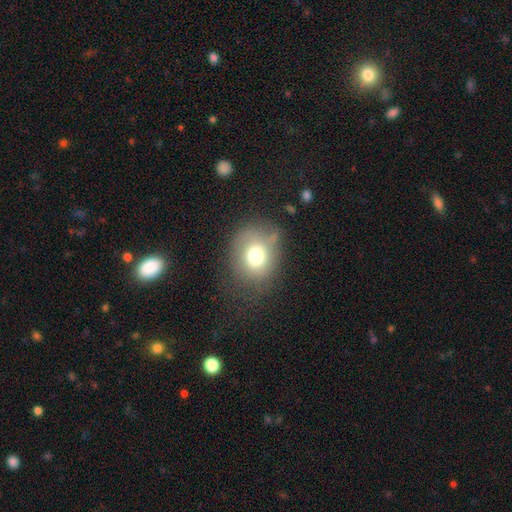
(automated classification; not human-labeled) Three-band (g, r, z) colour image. It shows a smooth galaxy with no disk features (72%) that is round (63%). Merging: none (60%).